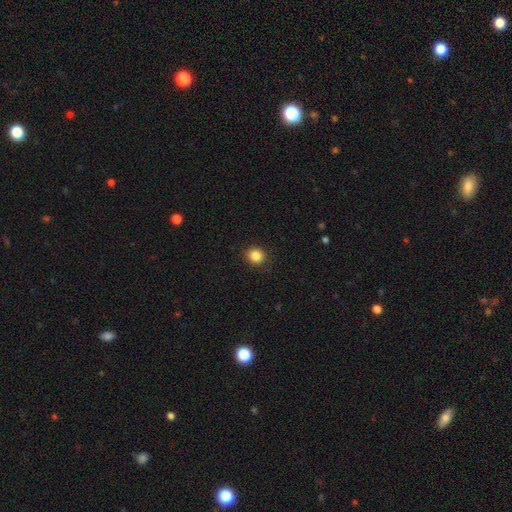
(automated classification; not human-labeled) smooth-or-featured: smooth: 86% | star or artifact: 11% | featured or disk: 4%
  how-rounded: round: 81% | in between: 18% | cigar-shaped: 1%
  merging: none: 89% | minor disturbance: 8% | major disturbance: 2% | merger: 1%